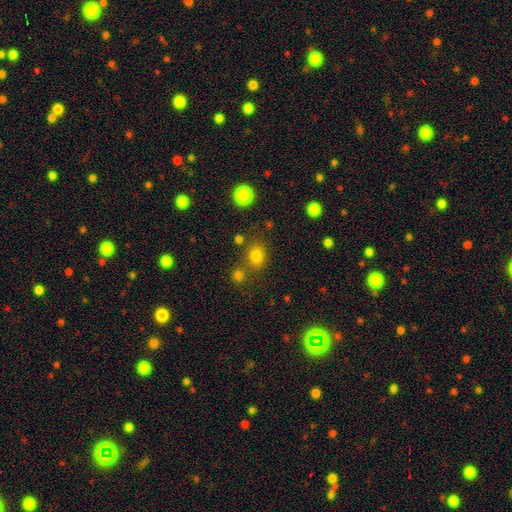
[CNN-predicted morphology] Smooth or featured? Predicted: smooth (p=0.78). How rounded? Predicted: round (p=0.65). Merging? Predicted: none (p=0.69).